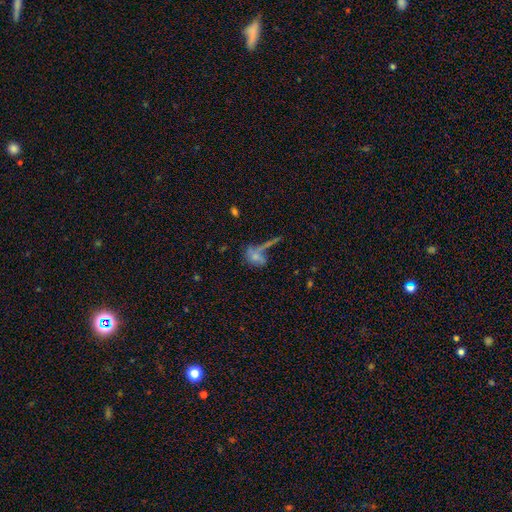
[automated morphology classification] Overall: smooth (60%; featured or disk 25%). How rounded: in between (66%). Merging: none (37%; merger 31%).